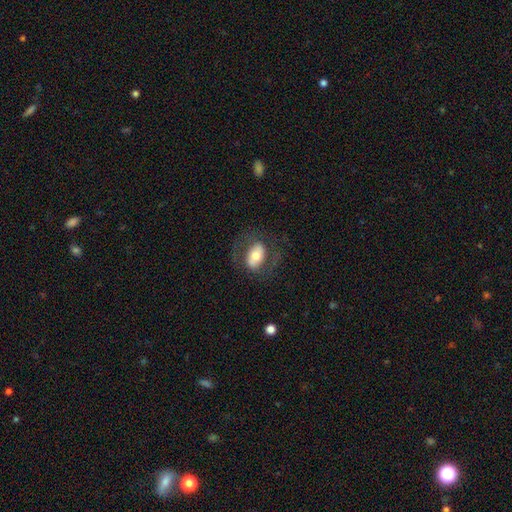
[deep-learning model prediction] A smooth galaxy with no disk features (55%) that is in between round and cigar-shaped (86%).

Vote fractions:
- Smooth or featured? smooth: 55% / featured or disk: 38% / star or artifact: 7%
- How rounded? in between: 86% / round: 12% / cigar-shaped: 2%
- Merging? none: 69% / minor disturbance: 15% / major disturbance: 14% / merger: 1%